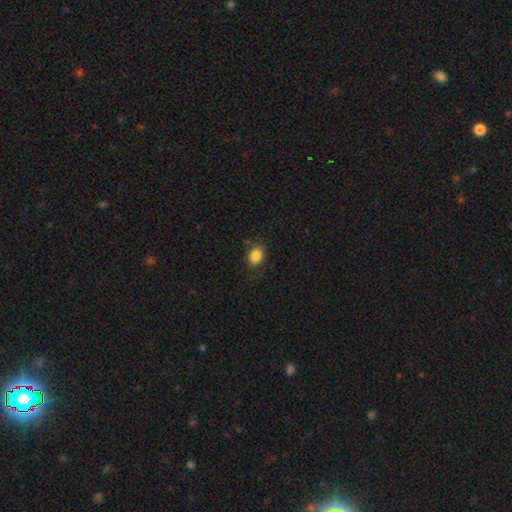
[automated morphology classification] A smooth galaxy with no disk features (84%) that is in between round and cigar-shaped (68%).

Vote fractions:
- Smooth or featured? smooth: 84% / star or artifact: 10% / featured or disk: 6%
- How rounded? in between: 68% / round: 31% / cigar-shaped: 1%
- Merging? none: 76% / minor disturbance: 17% / major disturbance: 5% / merger: 2%